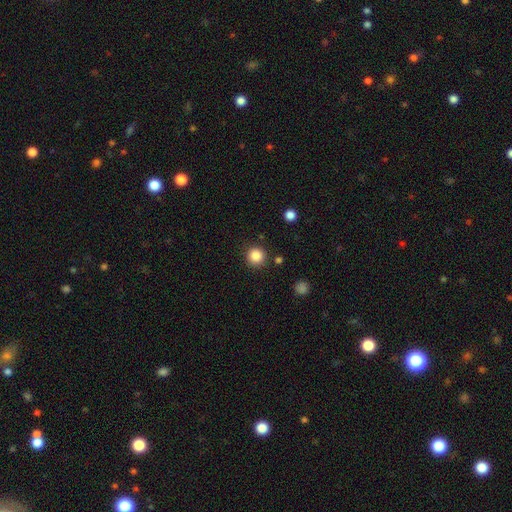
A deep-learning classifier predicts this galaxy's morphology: smooth 86%, star or artifact 10%, featured or disk 4%. Down the decision tree: how rounded — round (95%); merging — none (88%).